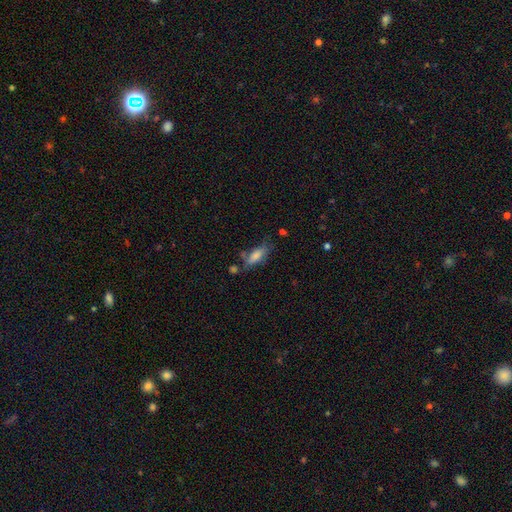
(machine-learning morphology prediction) type=smooth (74%); roundness=in between (69%); merging=none (52%).